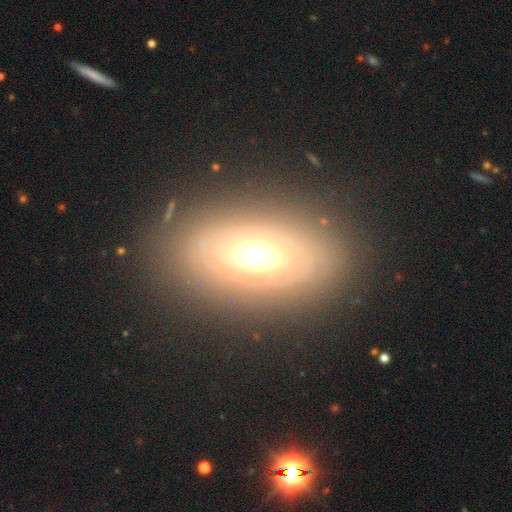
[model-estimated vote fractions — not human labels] A featured or disk galaxy (63%) with no bar (80%), no spiral arms (66%) and a moderate central bulge (45%).

Vote fractions:
- Smooth or featured? featured or disk: 63% / smooth: 28% / star or artifact: 10%
- Edge-on disk? no: 87% / yes: 13%
- Bar? no: 80% / weak: 13% / strong: 7%
- Spiral arms? no: 66% / yes: 34%
- Bulge size? moderate: 45% / large: 42% / dominant: 9% / small: 3% / none: 1%
- Merging? none: 83% / minor disturbance: 11% / major disturbance: 5% / merger: 1%